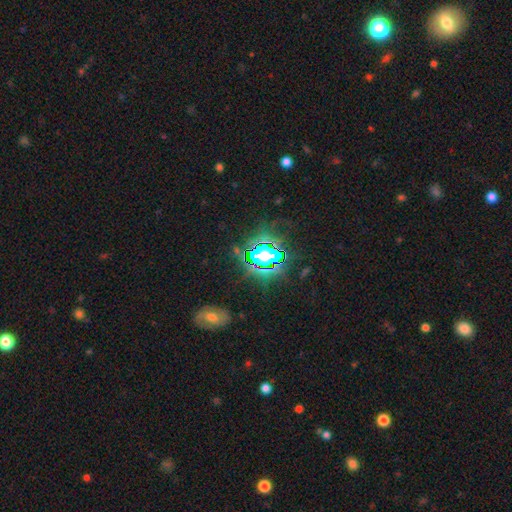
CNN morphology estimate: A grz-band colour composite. It shows a star or artifact, not a galaxy (78%).